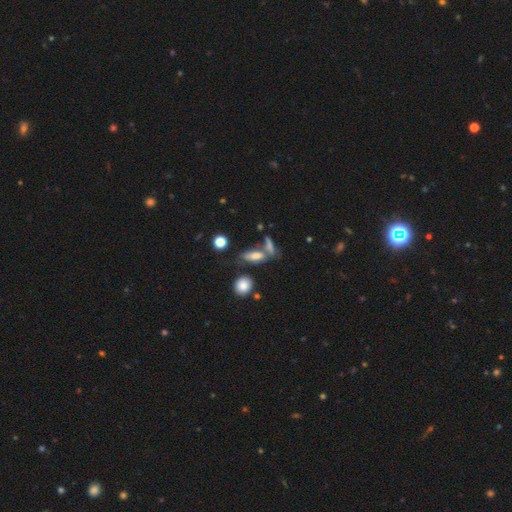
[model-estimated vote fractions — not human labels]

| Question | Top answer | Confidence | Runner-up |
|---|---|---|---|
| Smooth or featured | smooth | 64% | featured or disk (23%) |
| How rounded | in between | 53% | cigar-shaped (38%) |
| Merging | none | 46% | merger (28%) |